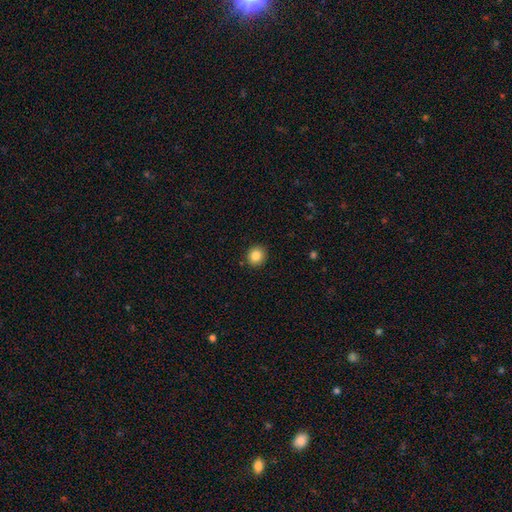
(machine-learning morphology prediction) smooth_or_featured: smooth (p=0.85) [alt: star or artifact p=0.10]
how_rounded: round (p=0.83) [alt: in between p=0.16]
merging: none (p=0.90) [alt: minor disturbance p=0.07]